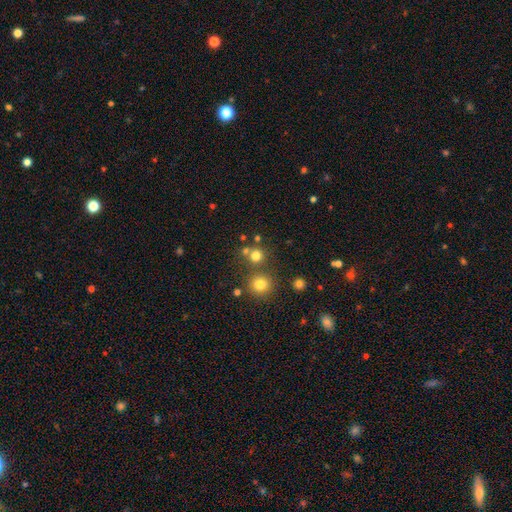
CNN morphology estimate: smooth 76%, star or artifact 17%, featured or disk 7%. Down the decision tree: how rounded — round (90%); merging — none (69%).